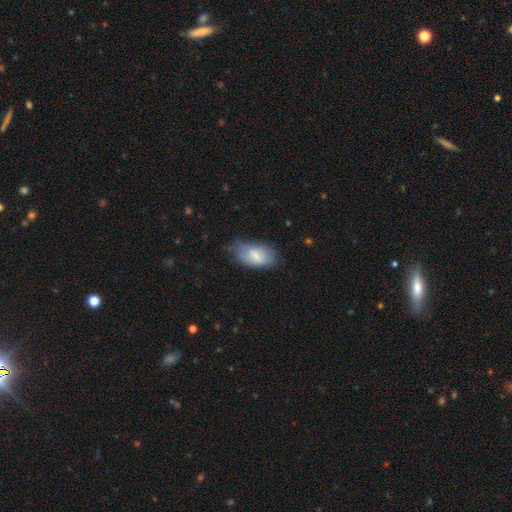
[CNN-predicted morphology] Smooth or featured: smooth — 75% (featured or disk — 19%)
How rounded: in between — 93% (round — 4%)
Merging: none — 47% (minor disturbance — 38%)